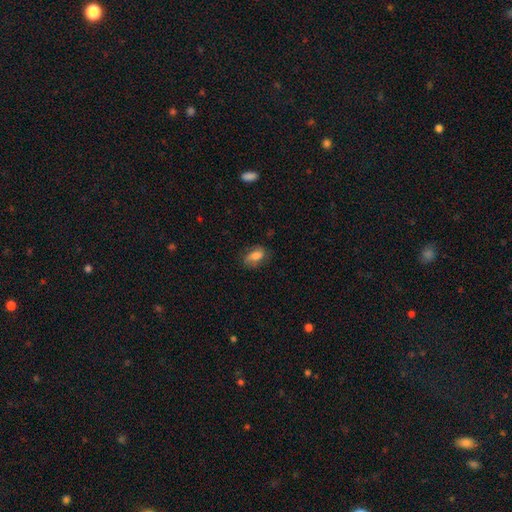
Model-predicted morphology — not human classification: A smooth galaxy with no disk features (72%) that is in between round and cigar-shaped (85%). Merging: none (71%).